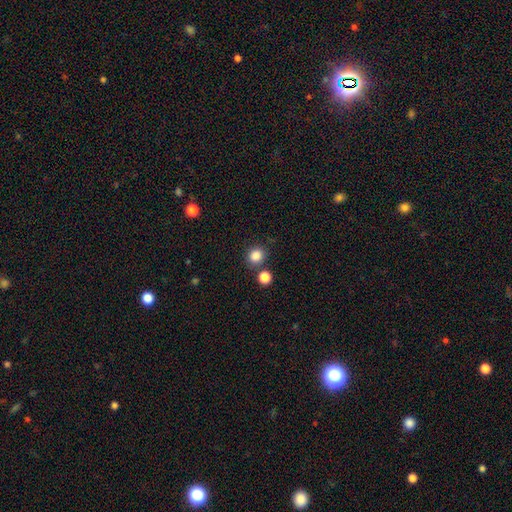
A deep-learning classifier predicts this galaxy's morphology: smooth 85%, star or artifact 12%, featured or disk 4%. Down the decision tree: how rounded — round (84%); merging — none (78%).